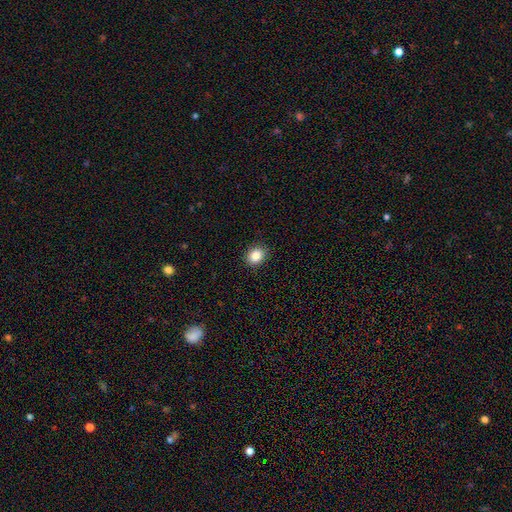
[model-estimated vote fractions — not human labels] A smooth galaxy with no disk features (86%) that is round (56%).

Vote fractions:
- Smooth or featured? smooth: 86% / star or artifact: 10% / featured or disk: 4%
- How rounded? round: 56% / in between: 43% / cigar-shaped: 1%
- Merging? none: 89% / minor disturbance: 8% / major disturbance: 2% / merger: 1%